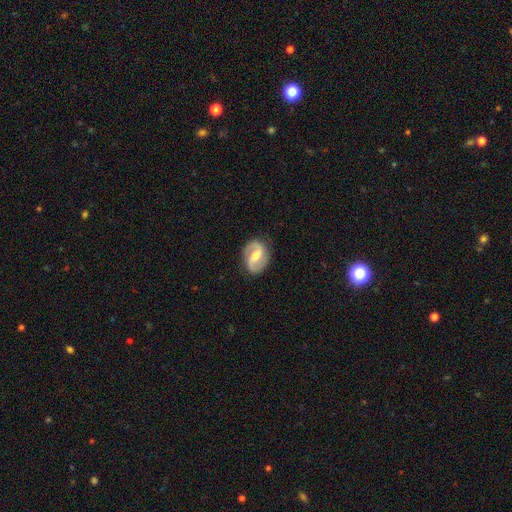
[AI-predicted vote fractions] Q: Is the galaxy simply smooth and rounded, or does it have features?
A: featured or disk — 86%.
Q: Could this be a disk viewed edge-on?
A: no — 98%.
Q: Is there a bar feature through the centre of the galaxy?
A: weak — 49%.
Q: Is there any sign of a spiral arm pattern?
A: yes — 96%.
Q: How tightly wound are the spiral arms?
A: medium — 50%.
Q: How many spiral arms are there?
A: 2 — 93%.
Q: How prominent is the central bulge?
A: moderate — 61%.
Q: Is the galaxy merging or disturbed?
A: none — 85%.